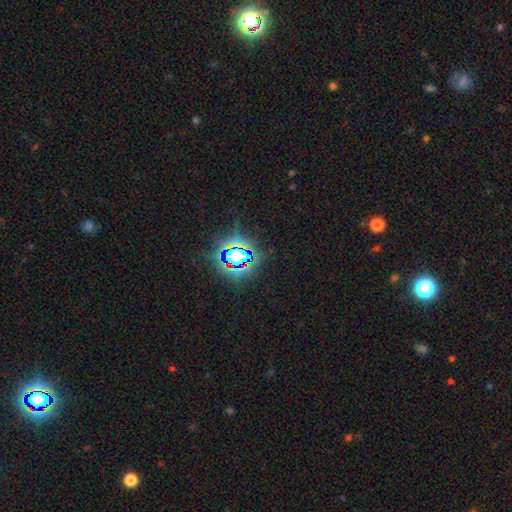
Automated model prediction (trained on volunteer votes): A star or artifact, not a galaxy (80%).